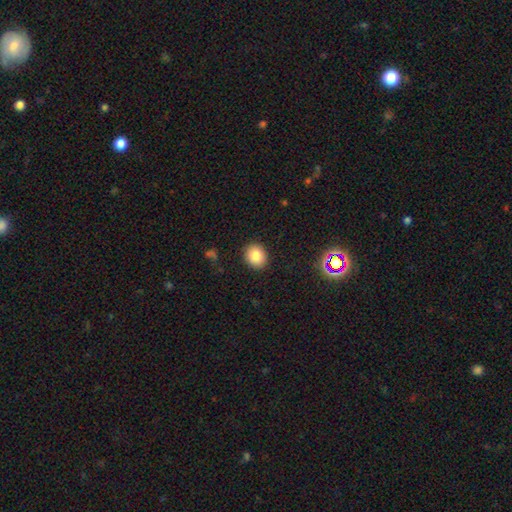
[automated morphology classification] Smooth or featured? Predicted: smooth (p=0.83). How rounded? Predicted: round (p=0.65). Merging? Predicted: none (p=0.89).